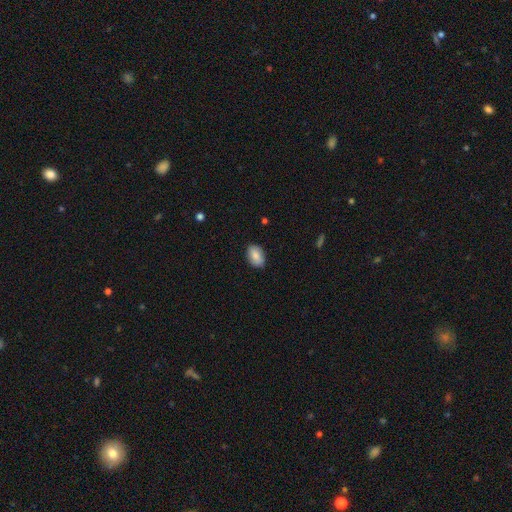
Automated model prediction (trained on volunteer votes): Smooth or featured? smooth (84%)
How rounded? in between (89%)
Merging? none (84%)